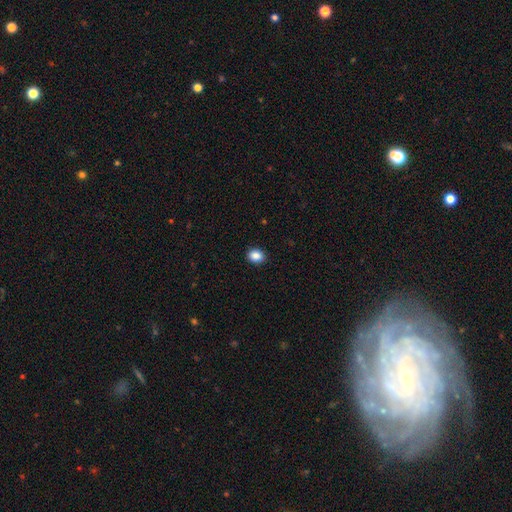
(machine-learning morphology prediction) A smooth galaxy with no disk features (88%) that is in between round and cigar-shaped (54%).

Vote fractions:
- Smooth or featured? smooth: 88% / star or artifact: 9% / featured or disk: 3%
- How rounded? in between: 54% / round: 45% / cigar-shaped: 1%
- Merging? none: 91% / minor disturbance: 6% / major disturbance: 2% / merger: 1%